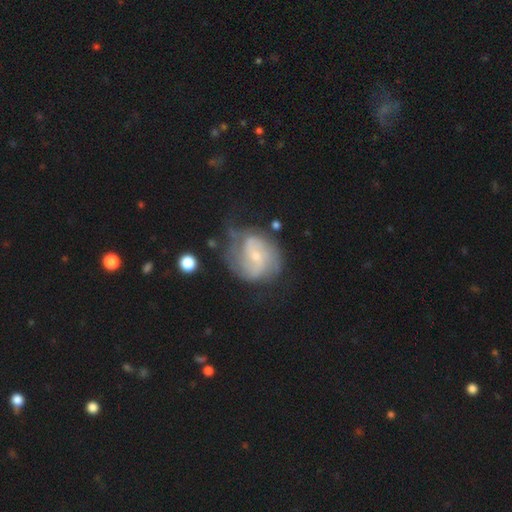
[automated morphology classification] Smooth or featured: featured or disk — 78% (smooth — 16%)
Edge-on disk: no — 98% (yes — 2%)
Bar: weak — 52% (no — 36%)
Spiral arms: yes — 92% (no — 8%)
Spiral winding: medium — 45% (tight — 34%)
Spiral arm count: 2 — 59% (can't tell — 21%)
Bulge size: small — 64% (moderate — 29%)
Merging: none — 54% (minor disturbance — 25%)